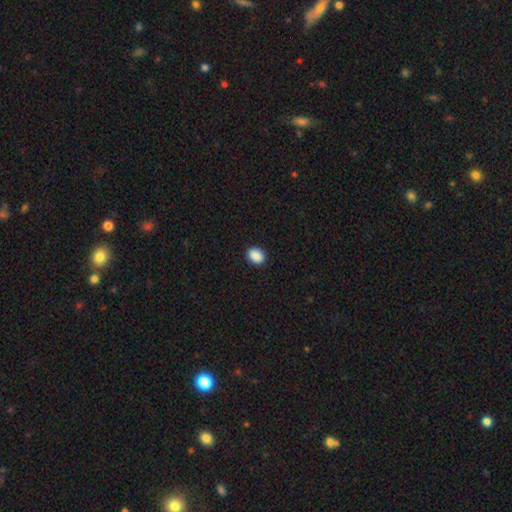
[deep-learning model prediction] smooth 90%, star or artifact 8%, featured or disk 2%. Down the decision tree: how rounded — in between (62%); merging — none (90%).